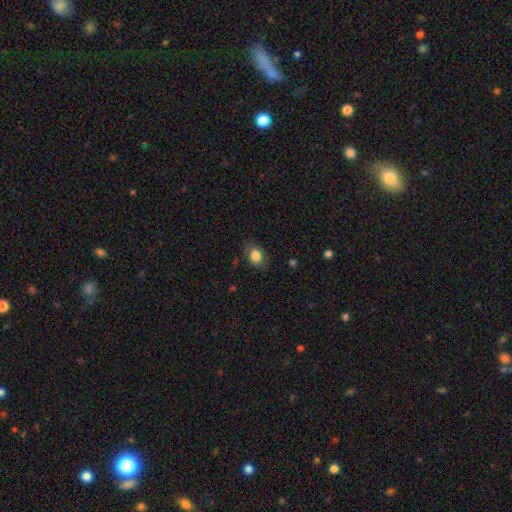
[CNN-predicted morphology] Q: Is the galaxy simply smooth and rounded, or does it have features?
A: smooth — 83%.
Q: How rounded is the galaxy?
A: in between — 77%.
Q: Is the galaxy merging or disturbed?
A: none — 77%.